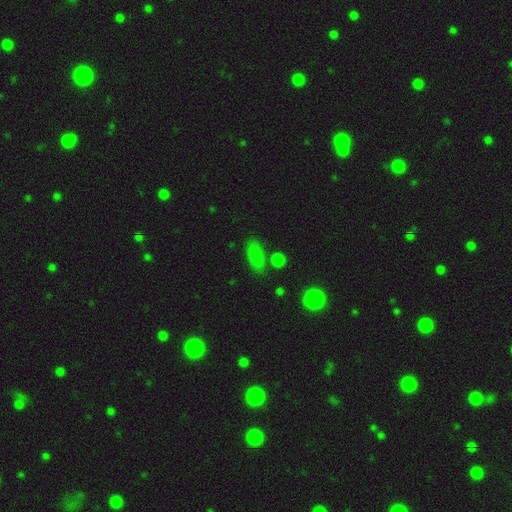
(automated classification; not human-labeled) smooth-or-featured: smooth: 81% | star or artifact: 13% | featured or disk: 6%
  how-rounded: in between: 76% | cigar-shaped: 17% | round: 7%
  merging: none: 72% | minor disturbance: 16% | merger: 7% | major disturbance: 5%